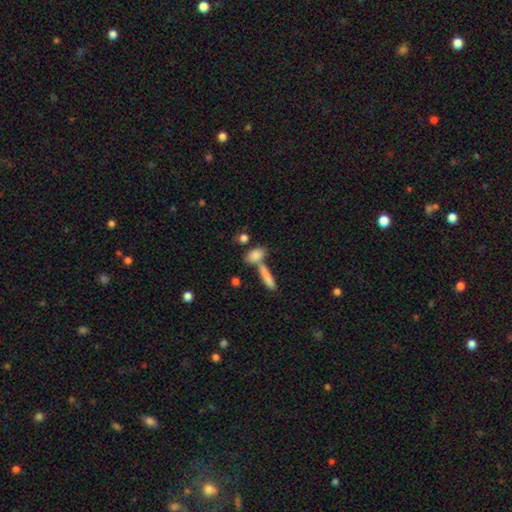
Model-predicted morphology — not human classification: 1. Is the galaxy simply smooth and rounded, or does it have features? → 82% smooth, 11% featured or disk, 8% star or artifact.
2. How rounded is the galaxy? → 66% in between, 24% cigar-shaped, 10% round.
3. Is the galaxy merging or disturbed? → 51% none, 34% merger, 11% minor disturbance, 5% major disturbance.